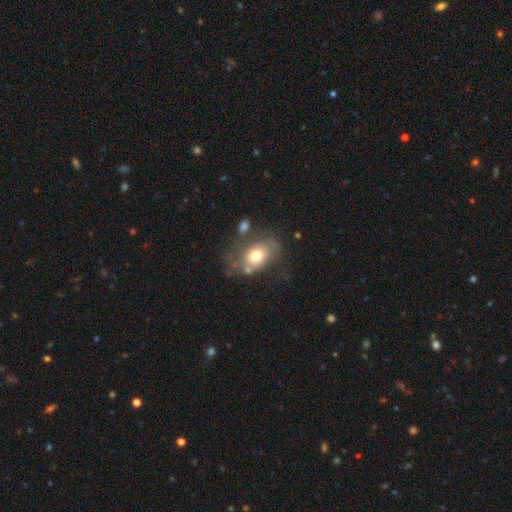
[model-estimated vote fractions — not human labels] This appears to be a smooth galaxy with no disk features (64%) that is in between round and cigar-shaped (74%). Merging: none (43%).